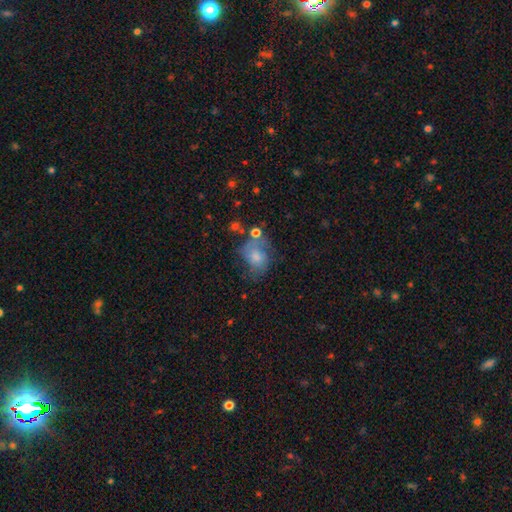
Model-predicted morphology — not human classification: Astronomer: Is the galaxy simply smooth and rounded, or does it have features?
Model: smooth — 59%.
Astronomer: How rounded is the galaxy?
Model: in between — 56% (runner-up: round, 43%).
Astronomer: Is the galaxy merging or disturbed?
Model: none — 39% (runner-up: minor disturbance, 28%).